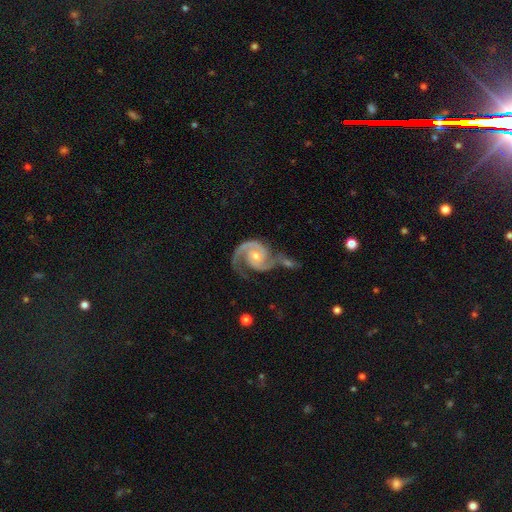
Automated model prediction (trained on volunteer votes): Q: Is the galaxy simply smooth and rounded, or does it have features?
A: featured or disk — 93%.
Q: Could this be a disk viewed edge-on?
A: no — 98%.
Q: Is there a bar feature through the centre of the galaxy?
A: no — 59%.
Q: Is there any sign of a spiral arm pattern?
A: yes — 98%.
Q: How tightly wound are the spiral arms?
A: medium — 54%.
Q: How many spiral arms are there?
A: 2 — 90%.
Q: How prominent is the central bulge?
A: moderate — 53%.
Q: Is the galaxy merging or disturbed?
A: none — 45%.